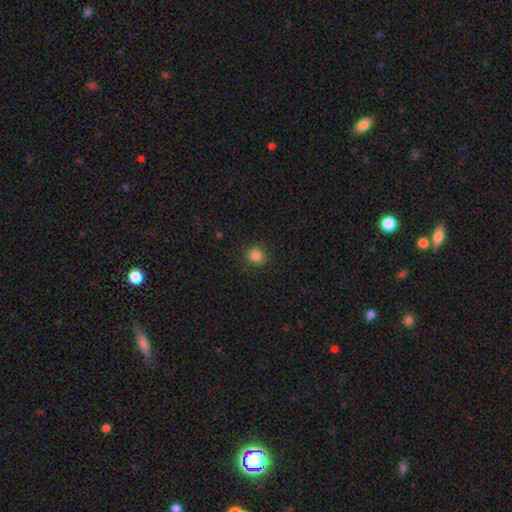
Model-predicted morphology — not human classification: smooth_or_featured: smooth (p=0.84) [alt: star or artifact p=0.12]
how_rounded: round (p=0.88) [alt: in between p=0.11]
merging: none (p=0.87) [alt: minor disturbance p=0.09]